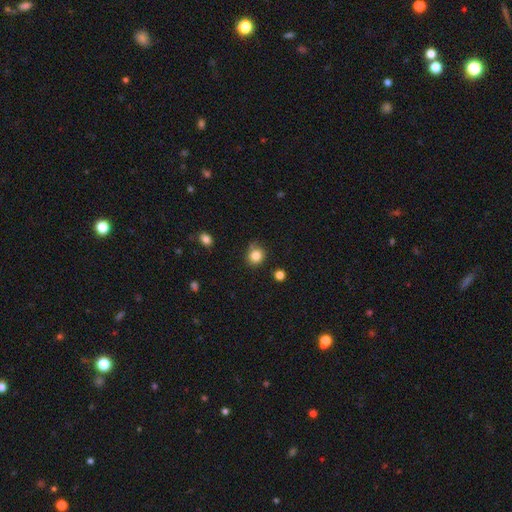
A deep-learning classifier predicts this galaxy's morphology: Smooth or featured? Predicted: smooth (p=0.83). How rounded? Predicted: round (p=0.85). Merging? Predicted: none (p=0.76).